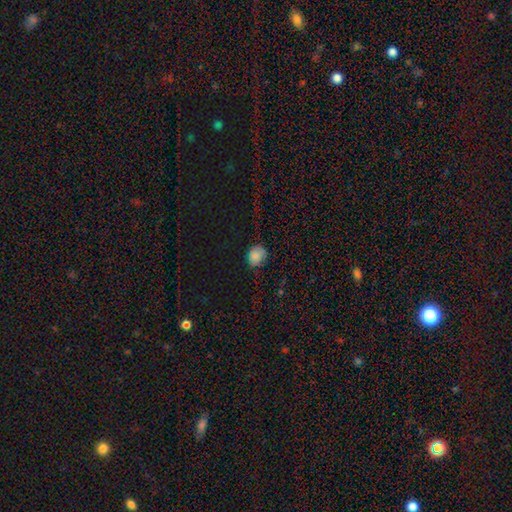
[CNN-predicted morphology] Overall: smooth (79%). How rounded: round (62%; in between 36%). Merging: none (73%).